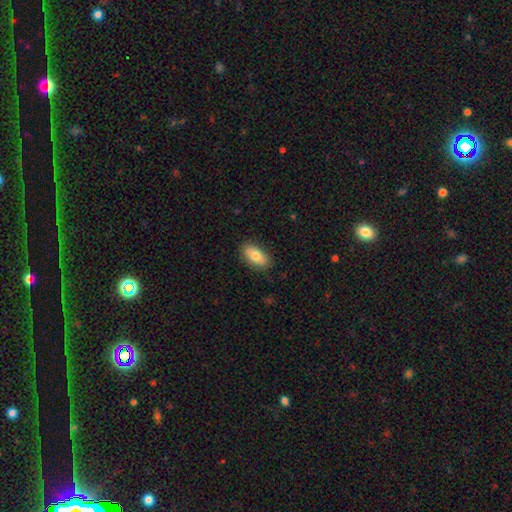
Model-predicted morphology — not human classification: Smooth or featured: smooth — 79% (featured or disk — 15%)
How rounded: in between — 90% (cigar-shaped — 6%)
Merging: none — 86% (minor disturbance — 11%)